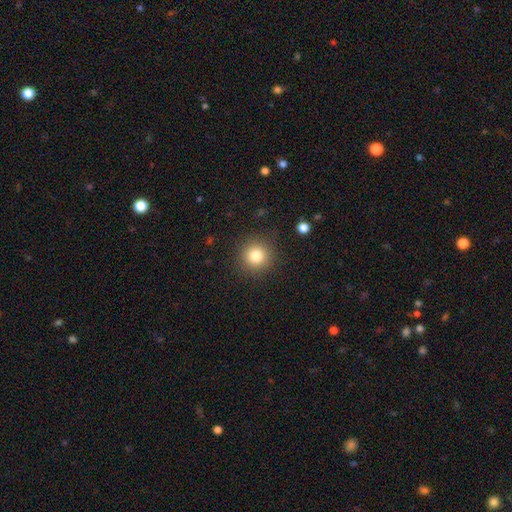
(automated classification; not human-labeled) smooth-or-featured: smooth: 82% | star or artifact: 11% | featured or disk: 7%
  how-rounded: round: 94% | in between: 5% | cigar-shaped: 1%
  merging: none: 88% | minor disturbance: 7% | major disturbance: 3% | merger: 1%